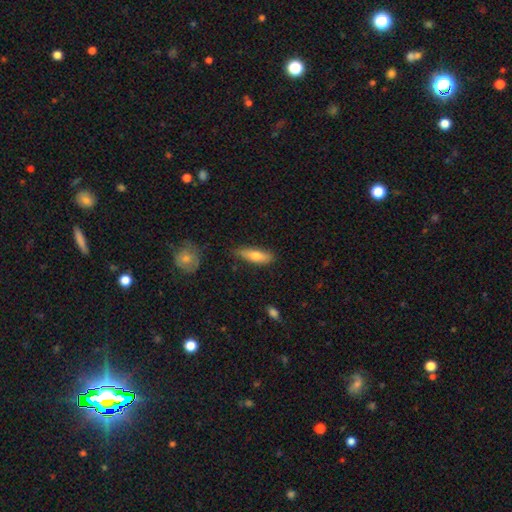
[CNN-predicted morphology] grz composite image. It shows a smooth galaxy with no disk features (71%) that is cigar-shaped (53%). Merging: none (76%).